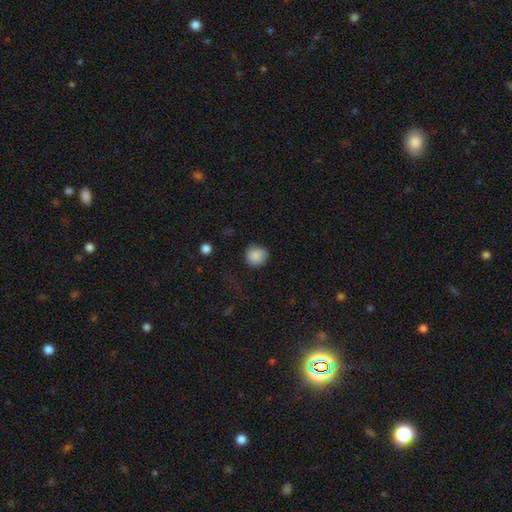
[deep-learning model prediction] Overall: smooth (86%). How rounded: round (88%). Merging: none (75%).